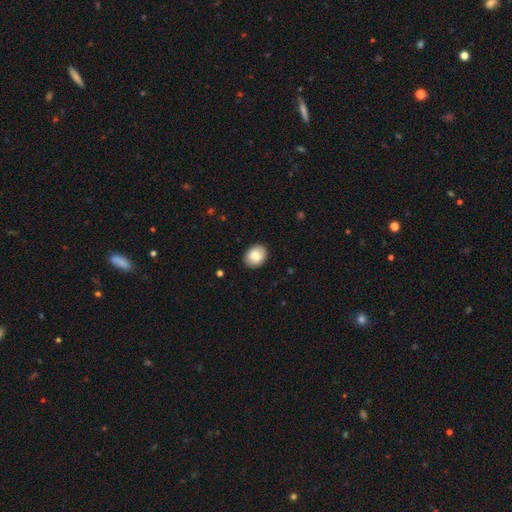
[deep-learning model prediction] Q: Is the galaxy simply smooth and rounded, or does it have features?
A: smooth — 83%.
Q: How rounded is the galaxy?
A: in between — 58%.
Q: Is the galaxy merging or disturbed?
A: none — 90%.